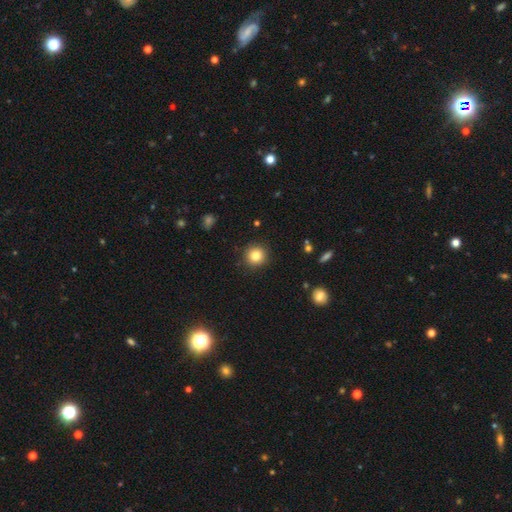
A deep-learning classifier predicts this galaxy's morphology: Q: Smooth or featured?
A: smooth (82%); runner-up: star or artifact (11%)
Q: How rounded?
A: round (94%); runner-up: in between (5%)
Q: Merging?
A: none (91%); runner-up: minor disturbance (6%)